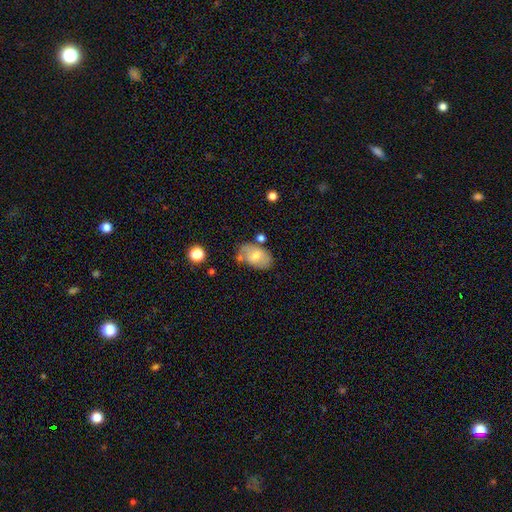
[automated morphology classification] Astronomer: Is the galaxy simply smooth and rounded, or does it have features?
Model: smooth — 60%.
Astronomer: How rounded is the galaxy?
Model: in between — 88%.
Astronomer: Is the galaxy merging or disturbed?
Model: none — 58%.